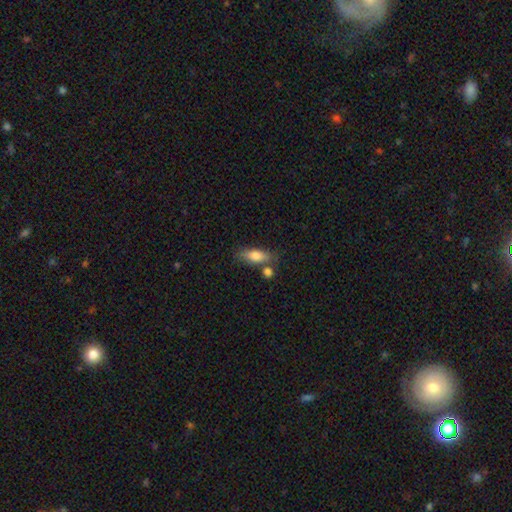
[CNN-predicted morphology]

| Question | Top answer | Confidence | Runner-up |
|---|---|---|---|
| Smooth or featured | smooth | 75% | featured or disk (18%) |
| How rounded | in between | 68% | cigar-shaped (28%) |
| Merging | none | 64% | merger (17%) |